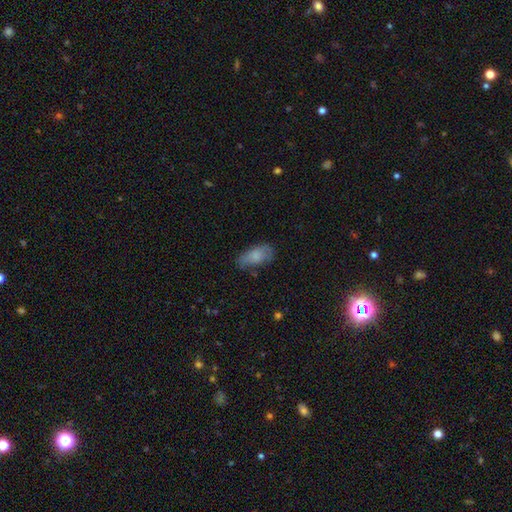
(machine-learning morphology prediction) This is likely a smooth galaxy (75%). How rounded: clearly in between (90%). Merging: likely none (62%).